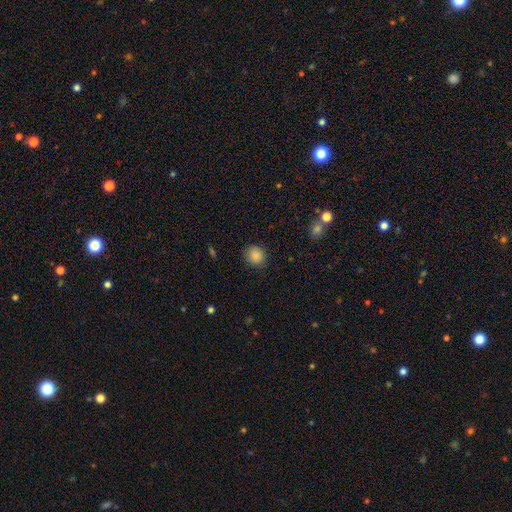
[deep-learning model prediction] A smooth galaxy with no disk features (87%) that is round (85%). Merging: none (86%).